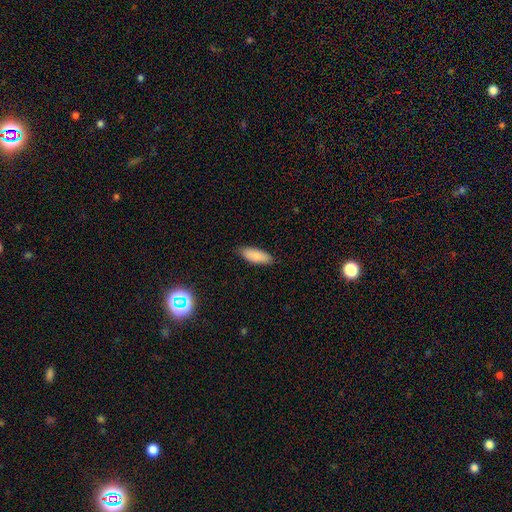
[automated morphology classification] This appears to be a smooth galaxy with no disk features (85%) that is in between round and cigar-shaped (73%). Merging: none (86%).